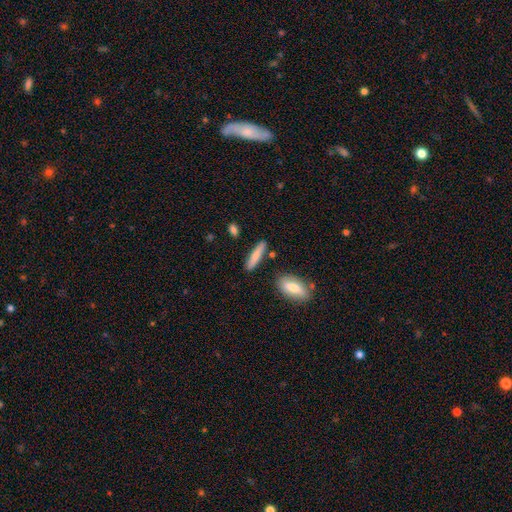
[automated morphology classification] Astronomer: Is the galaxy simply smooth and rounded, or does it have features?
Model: smooth — 79%.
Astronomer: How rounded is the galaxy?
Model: cigar-shaped — 84%.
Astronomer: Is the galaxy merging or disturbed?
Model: none — 84%.